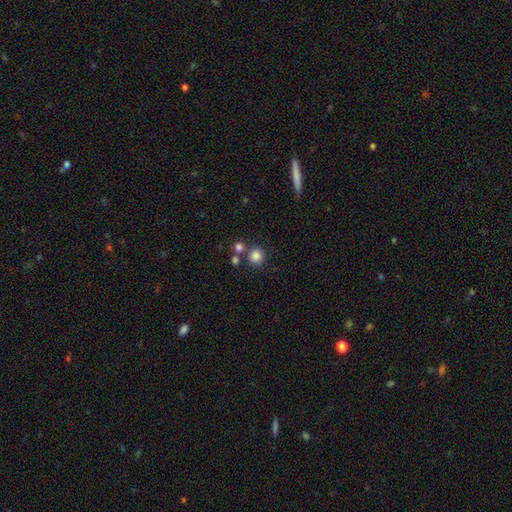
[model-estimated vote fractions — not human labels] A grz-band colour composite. It shows a smooth galaxy with no disk features (83%) that is round (92%). Merging: none (73%).